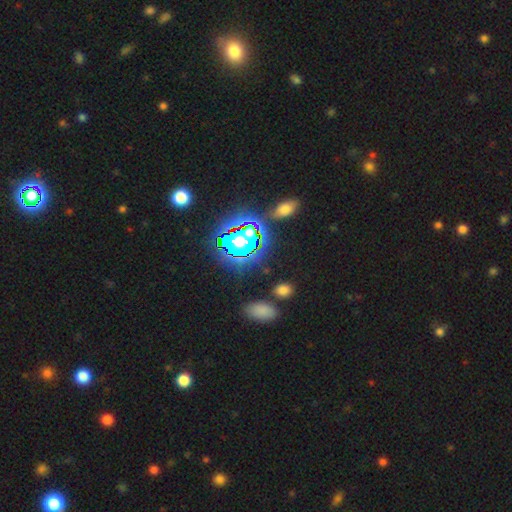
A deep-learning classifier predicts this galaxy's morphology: smooth_or_featured: star or artifact (p=0.76) [alt: smooth p=0.16]